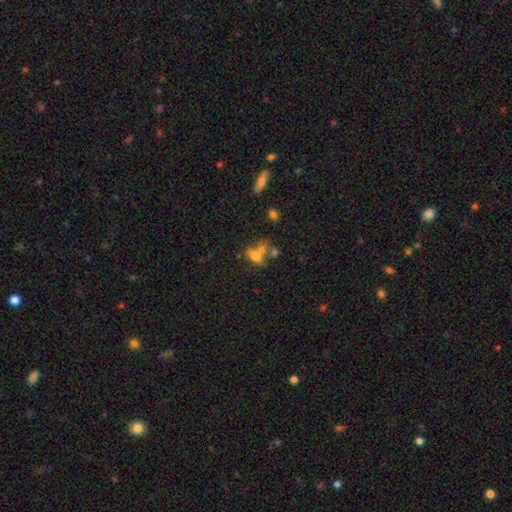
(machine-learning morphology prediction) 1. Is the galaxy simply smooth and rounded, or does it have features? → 65% smooth, 21% featured or disk, 14% star or artifact.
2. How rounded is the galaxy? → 75% in between, 17% round, 7% cigar-shaped.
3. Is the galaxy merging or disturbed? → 44% merger, 35% none, 13% minor disturbance, 8% major disturbance.